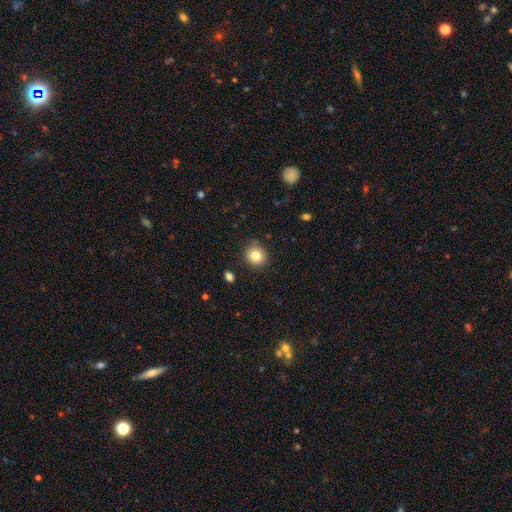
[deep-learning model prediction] smooth 82%, star or artifact 10%, featured or disk 7%. Down the decision tree: how rounded — round (88%); merging — none (86%).